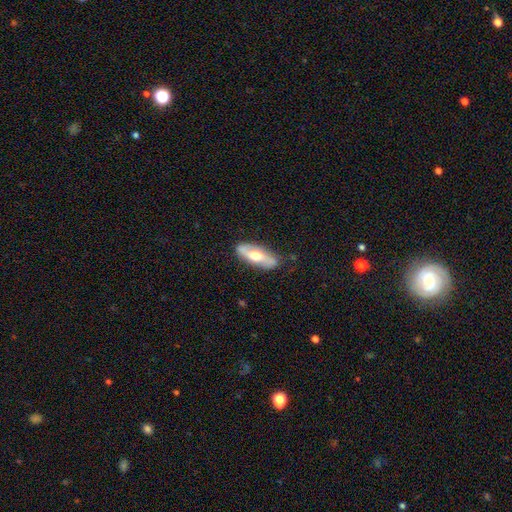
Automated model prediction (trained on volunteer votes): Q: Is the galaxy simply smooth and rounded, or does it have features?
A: featured or disk — 56%.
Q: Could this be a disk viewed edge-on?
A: no — 72%.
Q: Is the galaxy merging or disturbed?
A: none — 79%.